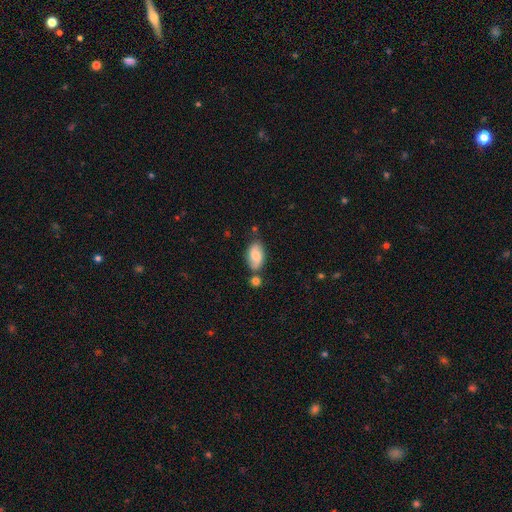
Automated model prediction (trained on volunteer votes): This appears to be a smooth galaxy with no disk features (66%) that is in between round and cigar-shaped (92%). Merging: none (59%).